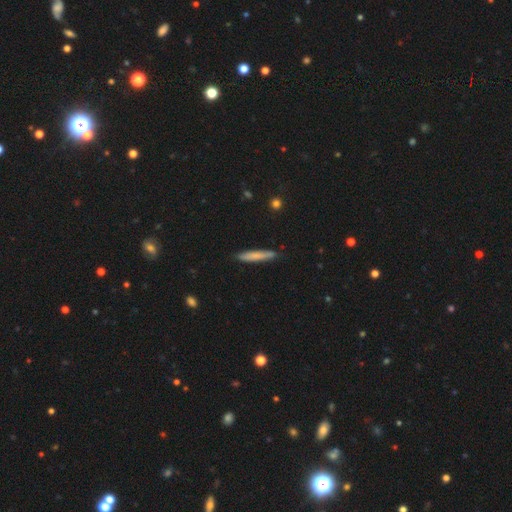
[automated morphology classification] smooth_or_featured: smooth (p=0.73) [alt: featured or disk p=0.21]
how_rounded: cigar-shaped (p=0.93) [alt: in between p=0.06]
merging: none (p=0.87) [alt: minor disturbance p=0.10]